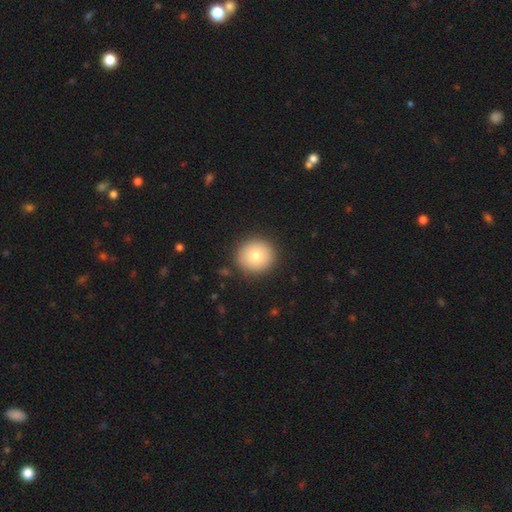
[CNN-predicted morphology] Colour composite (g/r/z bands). It shows a smooth galaxy with no disk features (78%) that is round (93%). Merging: none (90%).